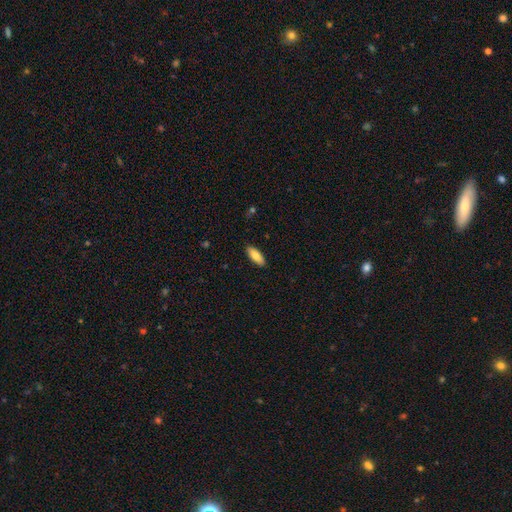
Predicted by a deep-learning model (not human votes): Smooth or featured: smooth — 83% (featured or disk — 11%)
How rounded: in between — 71% (cigar-shaped — 27%)
Merging: none — 90% (minor disturbance — 8%)